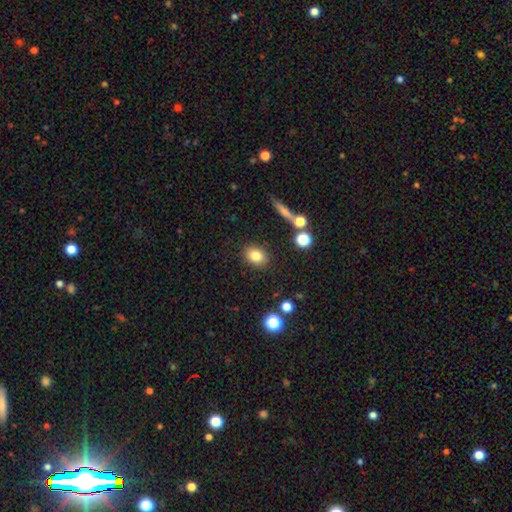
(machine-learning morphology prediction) smooth-or-featured: smooth: 82% | star or artifact: 10% | featured or disk: 8%
  how-rounded: in between: 59% | round: 39% | cigar-shaped: 2%
  merging: none: 86% | minor disturbance: 8% | merger: 3% | major disturbance: 3%